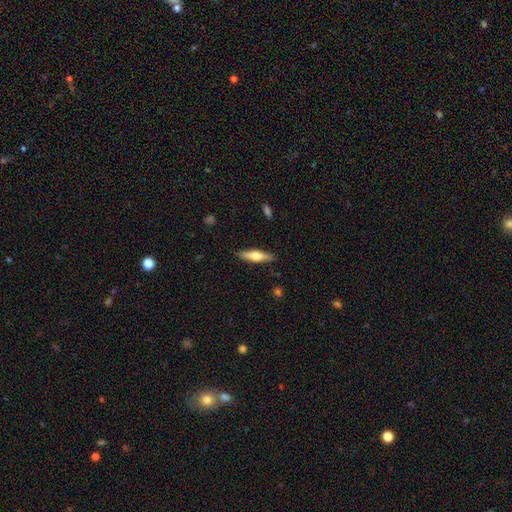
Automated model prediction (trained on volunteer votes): featured or disk 49%, smooth 45%, star or artifact 6%. Down the decision tree: merging — none (88%).